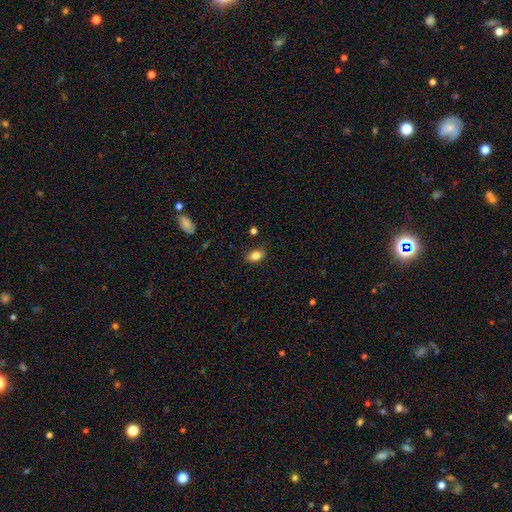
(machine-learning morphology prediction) This appears to be a smooth galaxy with no disk features (84%) that is in between round and cigar-shaped (86%). Merging: none (84%).